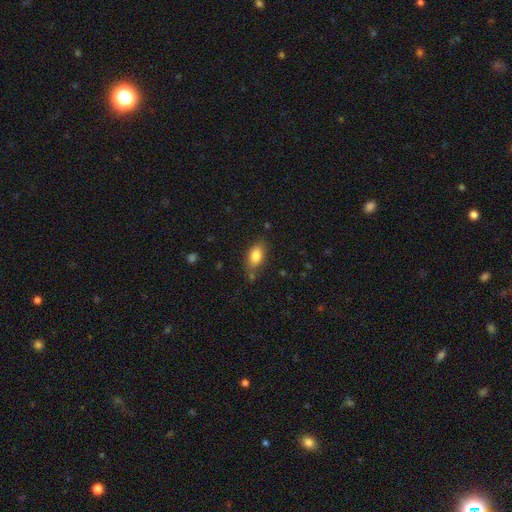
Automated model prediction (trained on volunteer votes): This appears to be a smooth galaxy with no disk features (83%) that is in between round and cigar-shaped (87%). Merging: none (67%).